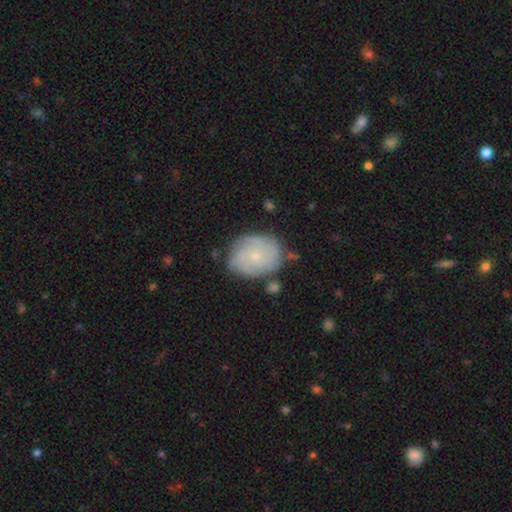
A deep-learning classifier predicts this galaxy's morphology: A featured or disk galaxy (64%) with no bar (80%), tight (63%) spiral arms (87%) and a small central bulge (76%). Merging: none (73%).